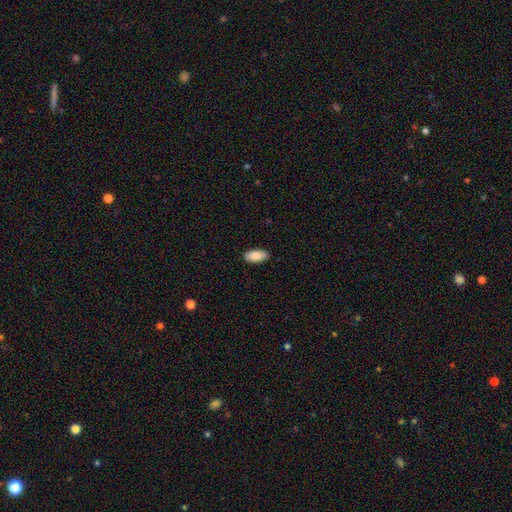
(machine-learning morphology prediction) The model was most divided on "smooth or featured": smooth: 87%, featured or disk: 7%, star or artifact: 6%. More confident: how rounded — in between (90%); merging — none (89%).